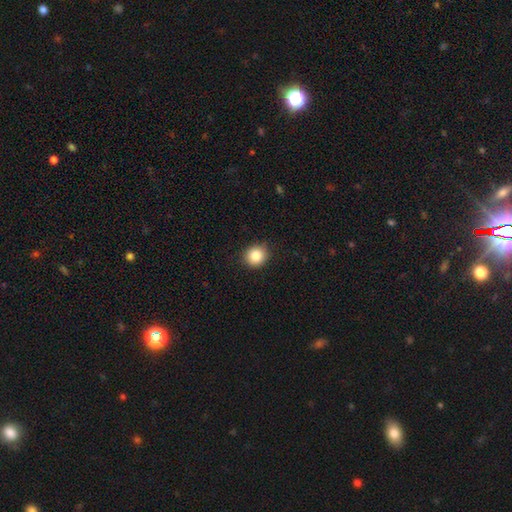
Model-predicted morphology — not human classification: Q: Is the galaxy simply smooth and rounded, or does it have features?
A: smooth — 84%.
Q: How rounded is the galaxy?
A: round — 84%.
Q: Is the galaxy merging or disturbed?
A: none — 88%.